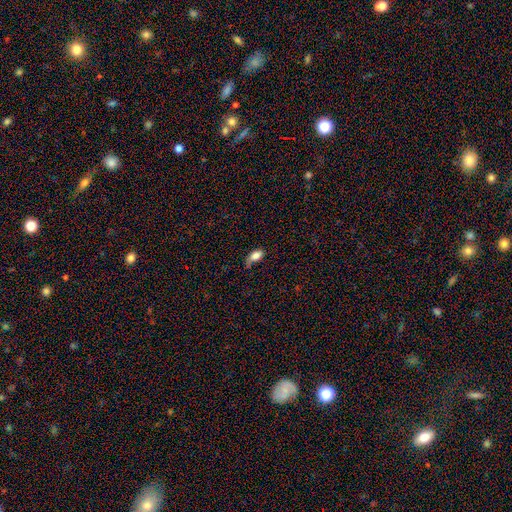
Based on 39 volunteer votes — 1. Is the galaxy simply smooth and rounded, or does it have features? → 72% smooth, 26% featured or disk, 3% star or artifact.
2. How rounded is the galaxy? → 89% in between, 11% round, 0% cigar-shaped.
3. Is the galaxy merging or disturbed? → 42% none, 29% minor disturbance, 24% major disturbance, 5% merger.